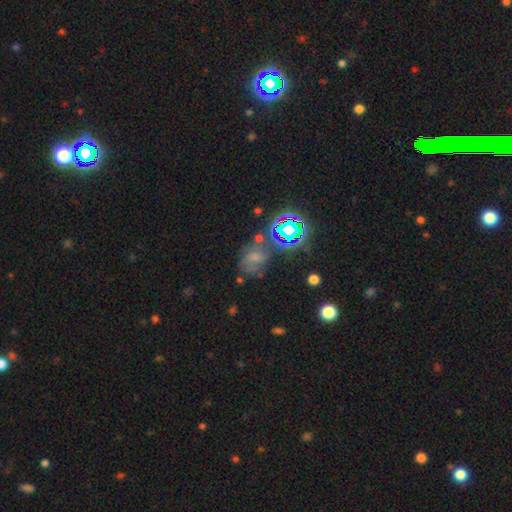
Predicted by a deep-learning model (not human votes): The model was most divided on "smooth or featured": smooth: 43%, star or artifact: 31%, featured or disk: 26%. Remaining: merging — none (44%).